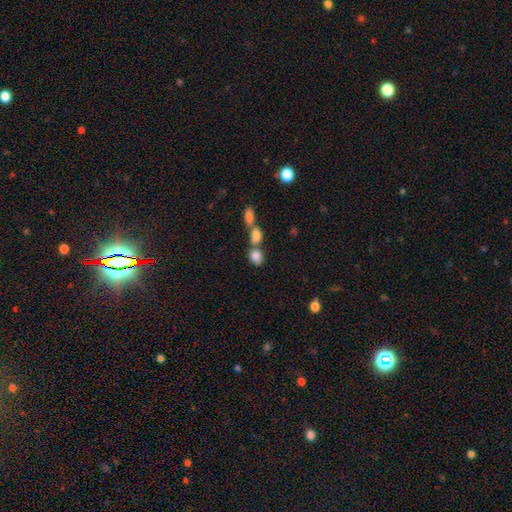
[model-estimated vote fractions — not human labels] This is clearly a smooth galaxy (82%). How rounded: likely in between (65%). Merging: possibly merger (54%).